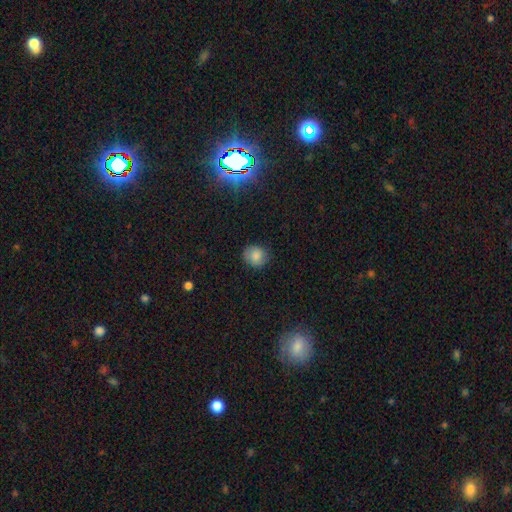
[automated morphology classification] Smooth or featured? smooth (82%)
How rounded? round (81%)
Merging? none (82%)